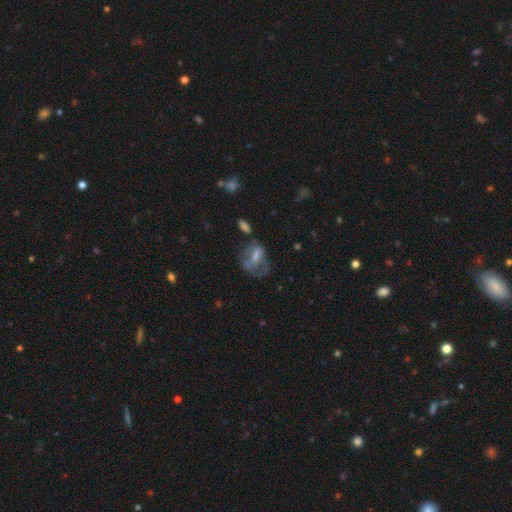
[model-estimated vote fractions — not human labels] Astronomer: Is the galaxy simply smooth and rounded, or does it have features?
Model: featured or disk — 47% (runner-up: smooth, 38%).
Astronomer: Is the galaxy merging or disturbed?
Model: none — 41% (runner-up: major disturbance, 28%).